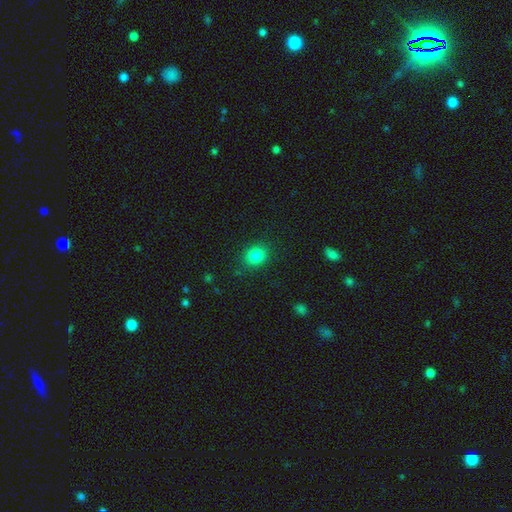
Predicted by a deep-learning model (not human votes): Smooth or featured? Predicted: smooth (p=0.84). How rounded? Predicted: round (p=0.66). Merging? Predicted: none (p=0.85).